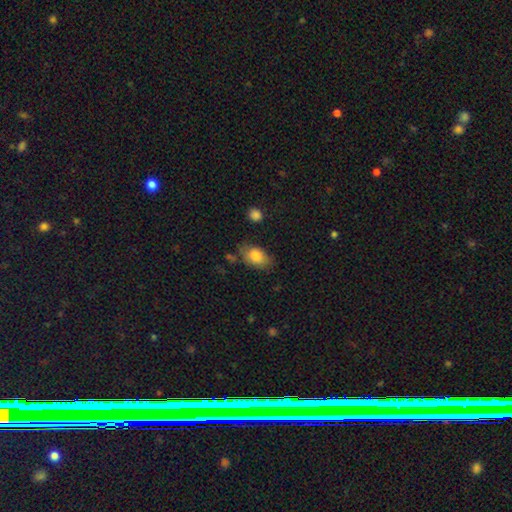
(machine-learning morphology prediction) type=smooth (82%); roundness=in between (87%); merging=none (66%).